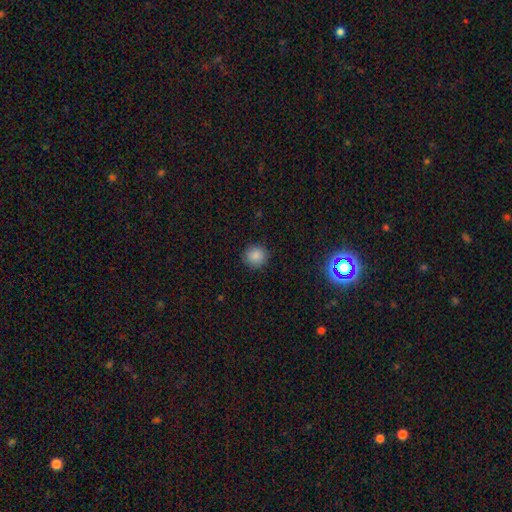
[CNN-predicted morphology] smooth_or_featured: smooth (p=0.85) [alt: star or artifact p=0.11]
how_rounded: round (p=0.90) [alt: in between p=0.09]
merging: none (p=0.89) [alt: minor disturbance p=0.07]